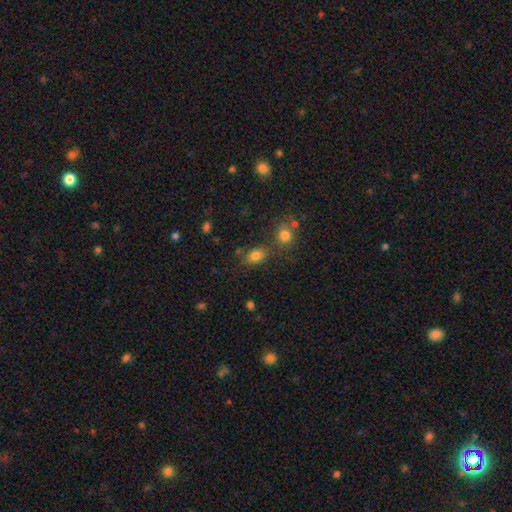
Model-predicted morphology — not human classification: The model was most divided on "how rounded": in between: 71%, round: 27%, cigar-shaped: 2%. More confident: smooth or featured — smooth (80%); merging — none (66%).